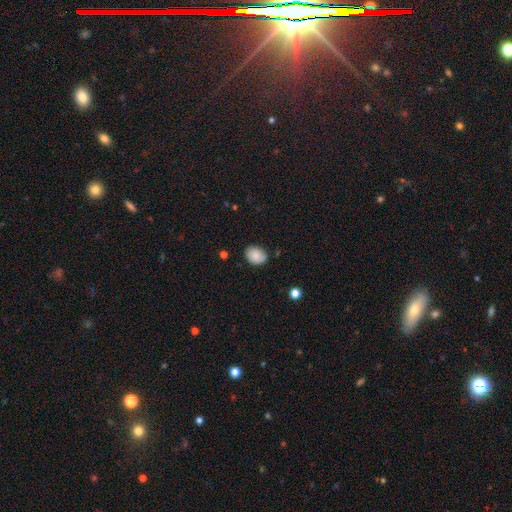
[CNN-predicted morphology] A smooth galaxy with no disk features (85%) that is in between round and cigar-shaped (65%). Merging: none (78%).